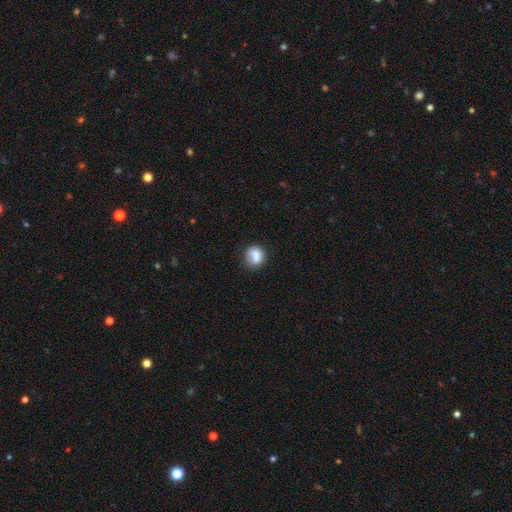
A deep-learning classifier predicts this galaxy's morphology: smooth_or_featured: smooth (p=0.79) [alt: featured or disk p=0.12]
how_rounded: round (p=0.71) [alt: in between p=0.28]
merging: none (p=0.63) [alt: minor disturbance p=0.21]